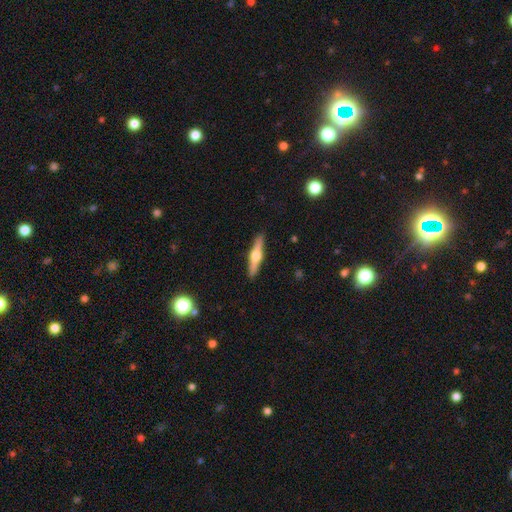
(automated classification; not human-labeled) A featured or disk galaxy (68%) viewed edge-on (97%) with a rounded central bulge (95%).

Vote fractions:
- Smooth or featured? featured or disk: 68% / smooth: 27% / star or artifact: 5%
- Edge-on disk? yes: 97% / no: 3%
- Edge-on bulge? rounded: 95% / boxy: 3% / none: 2%
- Merging? none: 91% / minor disturbance: 6% / major disturbance: 1% / merger: 1%